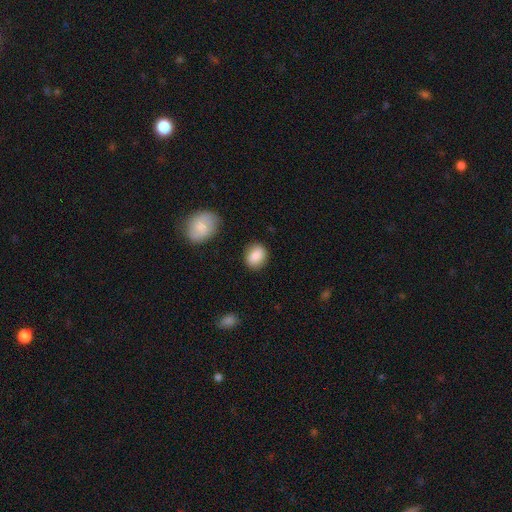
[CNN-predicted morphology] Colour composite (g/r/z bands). It shows a smooth galaxy with no disk features (86%) that is in between round and cigar-shaped (56%). Merging: none (81%).